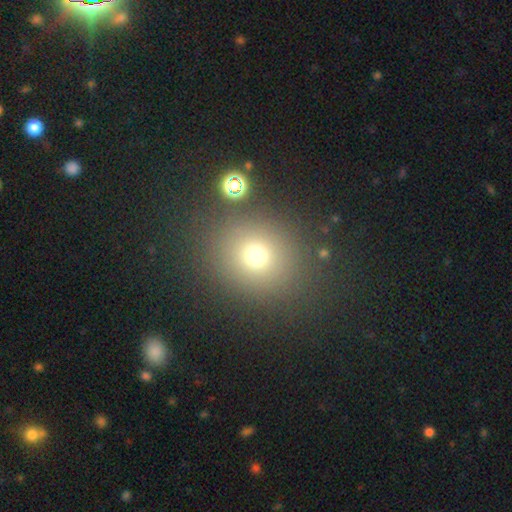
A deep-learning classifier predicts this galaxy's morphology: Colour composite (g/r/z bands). It shows a smooth galaxy with no disk features (71%) that is round (78%). Merging: none (82%).